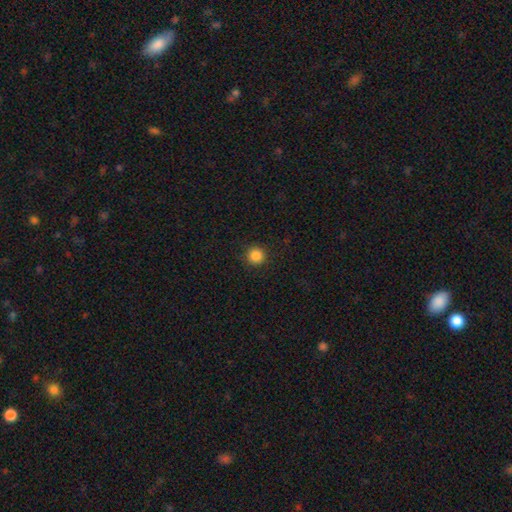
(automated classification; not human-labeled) Morphology: type=smooth (85%); roundness=round (95%); merging=none (91%).